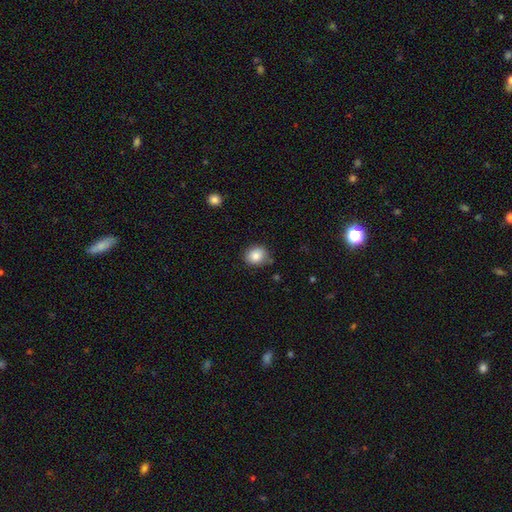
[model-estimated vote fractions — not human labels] Smooth or featured? Predicted: smooth (p=0.84). How rounded? Predicted: round (p=0.74). Merging? Predicted: none (p=0.79).